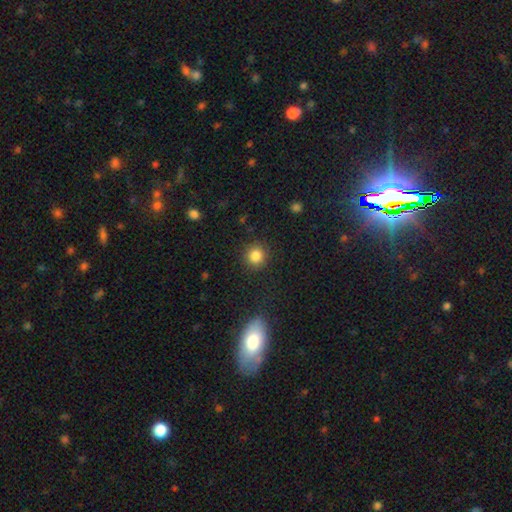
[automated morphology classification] A smooth galaxy with no disk features (84%) that is round (92%).

Vote fractions:
- Smooth or featured? smooth: 84% / star or artifact: 11% / featured or disk: 5%
- How rounded? round: 92% / in between: 7% / cigar-shaped: 1%
- Merging? none: 89% / minor disturbance: 7% / major disturbance: 3% / merger: 1%